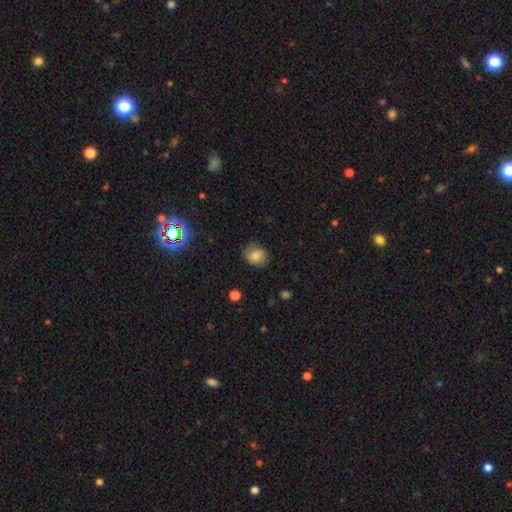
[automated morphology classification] smooth-or-featured: smooth: 80% | star or artifact: 10% | featured or disk: 9%
  how-rounded: round: 61% | in between: 38% | cigar-shaped: 1%
  merging: none: 79% | minor disturbance: 16% | major disturbance: 4% | merger: 1%